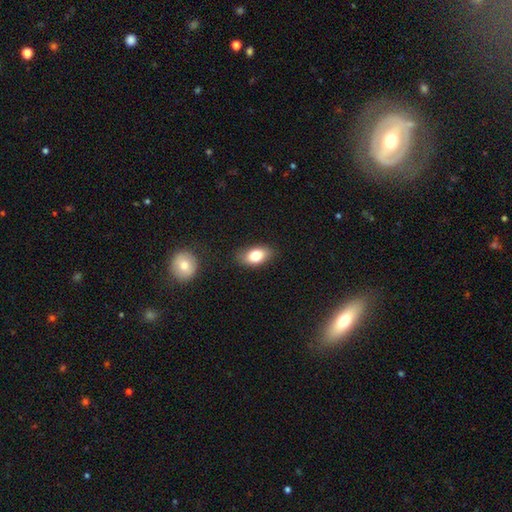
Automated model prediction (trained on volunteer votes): The model was most divided on "smooth or featured": smooth: 80%, featured or disk: 12%, star or artifact: 8%. More confident: how rounded — in between (89%); merging — none (82%).